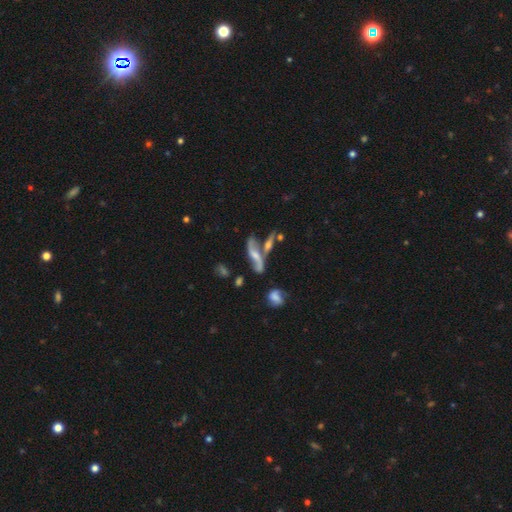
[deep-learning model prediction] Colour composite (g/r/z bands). It shows a featured or disk galaxy (70%) with no bar (48%), spiral arms (86%) and a moderate central bulge (41%). Merging: none (43%).